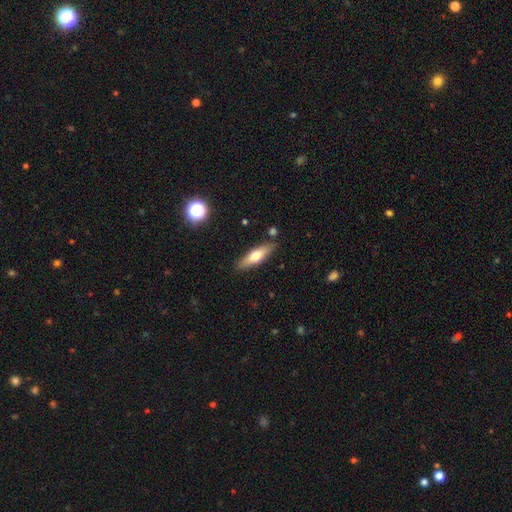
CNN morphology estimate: smooth_or_featured: smooth (p=0.59) [alt: featured or disk p=0.34]
how_rounded: cigar-shaped (p=0.59) [alt: in between p=0.39]
merging: none (p=0.84) [alt: minor disturbance p=0.11]